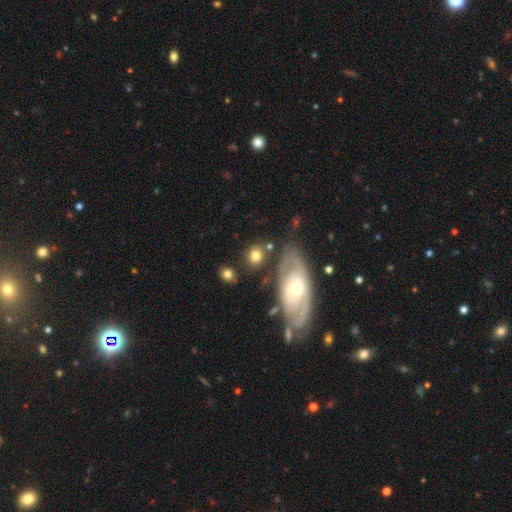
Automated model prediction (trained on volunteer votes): Overall: smooth (71%). How rounded: round (63%; in between 35%). Merging: none (69%).